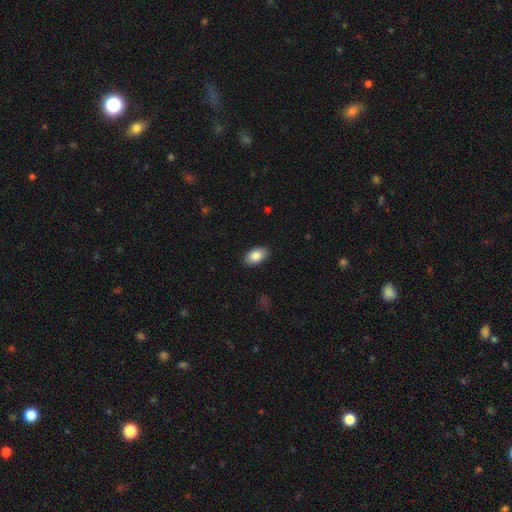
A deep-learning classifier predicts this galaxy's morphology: Overall: smooth (85%). How rounded: in between (93%). Merging: none (89%).